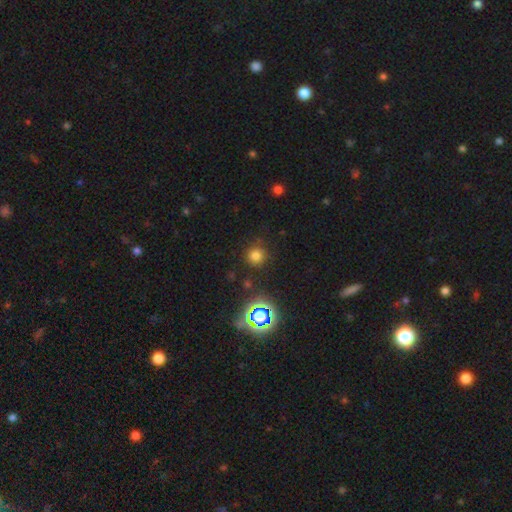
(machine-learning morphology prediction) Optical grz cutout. It shows a smooth galaxy with no disk features (71%) that is round (94%). Merging: none (87%).